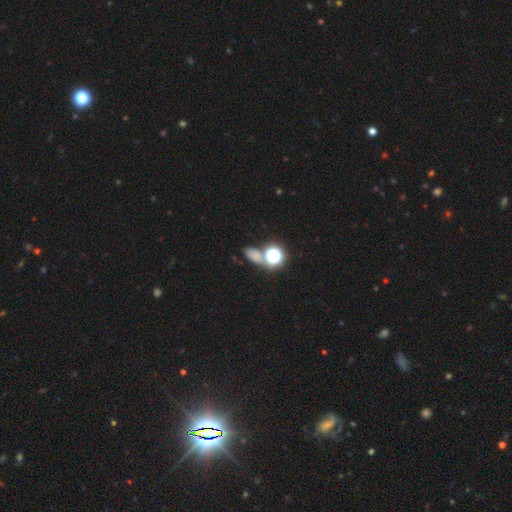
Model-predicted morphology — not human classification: type=smooth (59%); roundness=in between (65%); merging=none (64%).